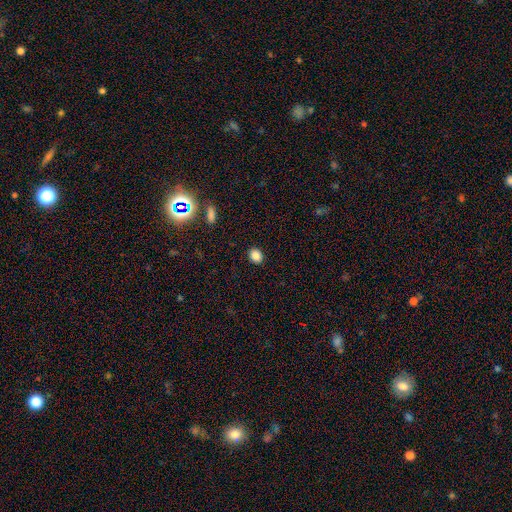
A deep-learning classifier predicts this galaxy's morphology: Smooth or featured: smooth — 85% (star or artifact — 10%)
How rounded: round — 59% (in between — 40%)
Merging: none — 90% (minor disturbance — 7%)